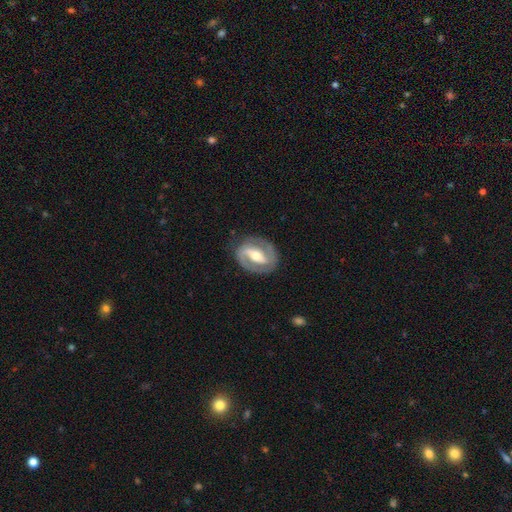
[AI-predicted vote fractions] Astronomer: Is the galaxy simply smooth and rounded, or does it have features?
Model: featured or disk — 85%.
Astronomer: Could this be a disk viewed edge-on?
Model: no — 96%.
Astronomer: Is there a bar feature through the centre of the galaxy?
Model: strong — 58%.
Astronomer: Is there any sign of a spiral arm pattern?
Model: yes — 87%.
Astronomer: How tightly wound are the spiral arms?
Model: tight — 46% (runner-up: medium, 43%).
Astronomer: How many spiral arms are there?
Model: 2 — 87%.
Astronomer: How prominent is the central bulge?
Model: moderate — 66%.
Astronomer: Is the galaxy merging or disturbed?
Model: none — 83%.